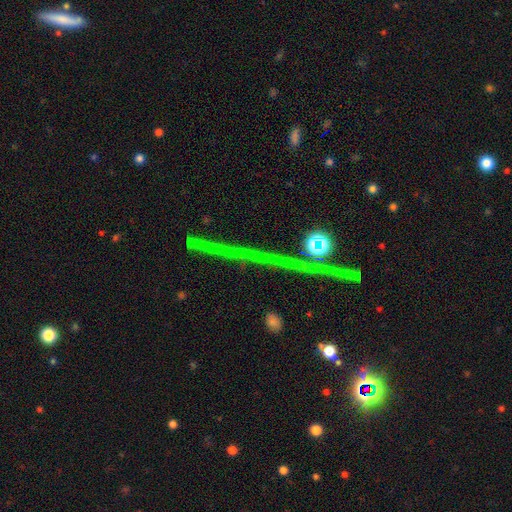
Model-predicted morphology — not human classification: This appears to be a star or artifact, not a galaxy (69%).